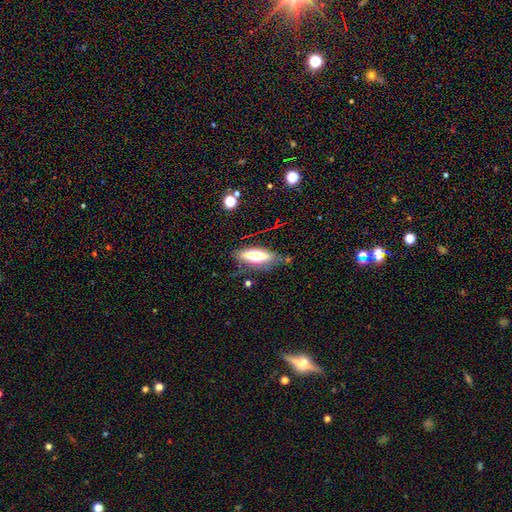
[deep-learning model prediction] A smooth galaxy with no disk features (59%) that is in between round and cigar-shaped (59%).

Vote fractions:
- Smooth or featured? smooth: 59% / featured or disk: 34% / star or artifact: 8%
- How rounded? in between: 59% / cigar-shaped: 38% / round: 2%
- Merging? none: 70% / minor disturbance: 20% / major disturbance: 7% / merger: 4%